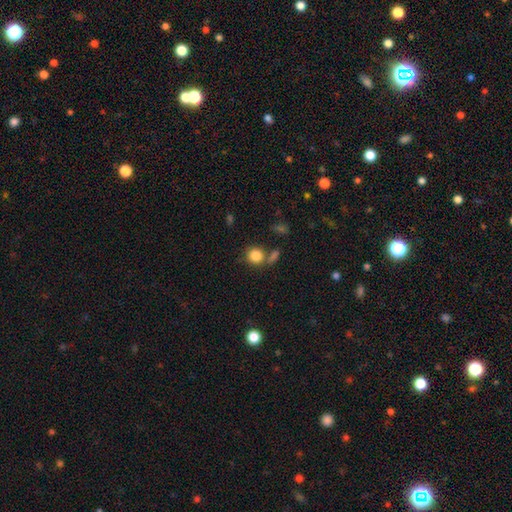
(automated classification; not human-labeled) Smooth or featured? Predicted: smooth (p=0.84). How rounded? Predicted: round (p=0.85). Merging? Predicted: none (p=0.65).